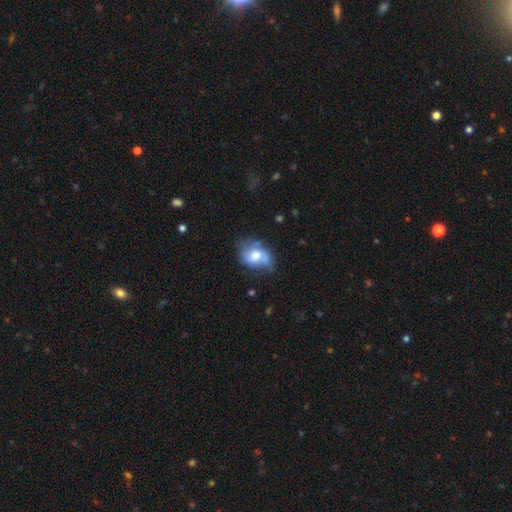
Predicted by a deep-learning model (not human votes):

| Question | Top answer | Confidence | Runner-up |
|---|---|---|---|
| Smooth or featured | featured or disk | 49% | smooth (43%) |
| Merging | none | 46% | minor disturbance (33%) |